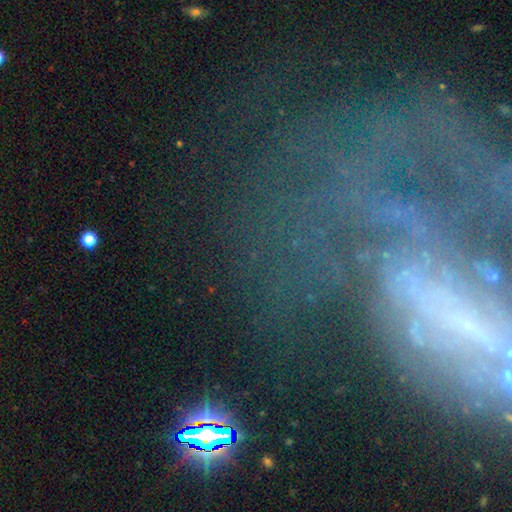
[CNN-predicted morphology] The model was most divided on "bulge size": small: 40%, none: 32%, moderate: 19%, large: 5%, dominant: 4%. Remaining: edge-on disk — no (88%); smooth or featured — featured or disk (58%); spiral arms — yes (57%); merging — none (50%); bar — no (49%).